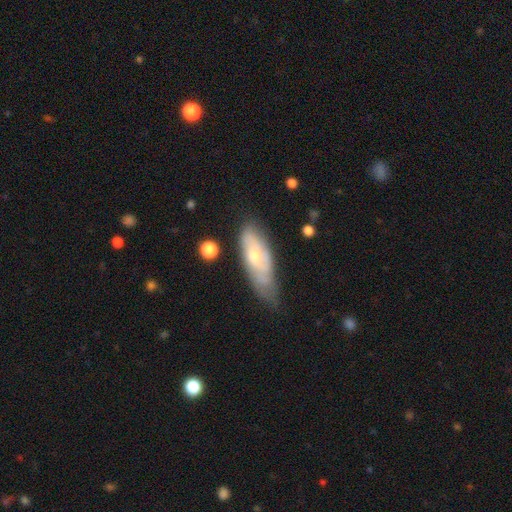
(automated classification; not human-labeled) Q: Smooth or featured?
A: smooth (47%); tied with: featured or disk (47%)
Q: Merging?
A: none (50%); runner-up: minor disturbance (35%)